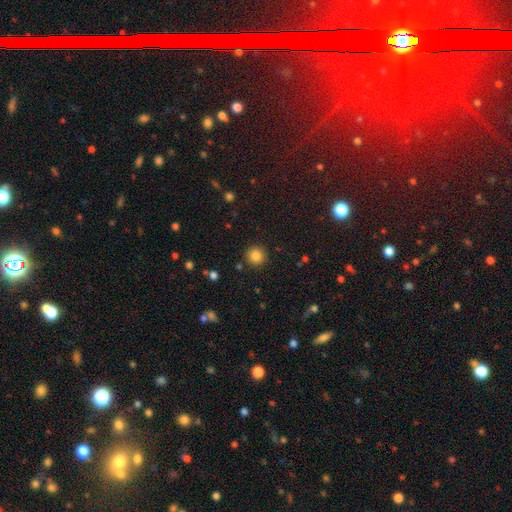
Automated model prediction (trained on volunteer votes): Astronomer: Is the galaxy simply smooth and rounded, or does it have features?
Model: smooth — 84%.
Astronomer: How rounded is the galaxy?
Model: round — 94%.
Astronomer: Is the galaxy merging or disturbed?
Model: none — 90%.